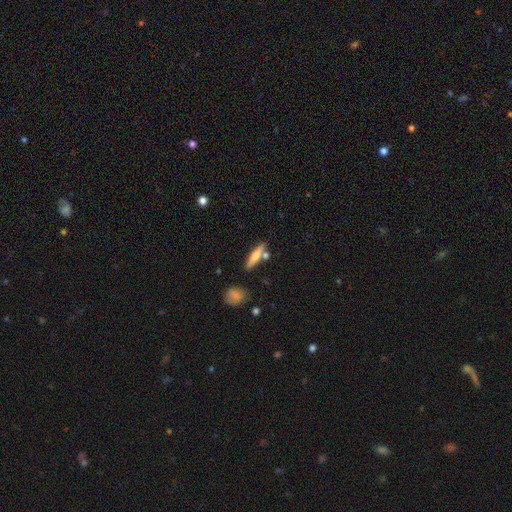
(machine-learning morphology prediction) Smooth or featured?
  - smooth: 63% *
  - featured or disk: 30%
  - star or artifact: 7%
How rounded?
  - cigar-shaped: 79% *
  - in between: 19%
  - round: 2%
Merging?
  - none: 72% *
  - merger: 13%
  - minor disturbance: 12%
  - major disturbance: 3%